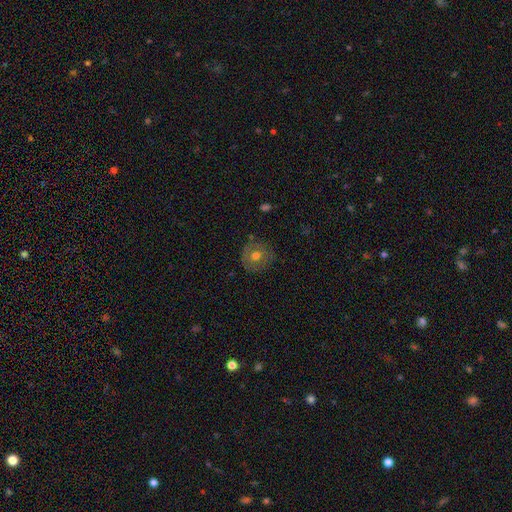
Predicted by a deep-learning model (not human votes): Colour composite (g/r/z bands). It shows a smooth galaxy with no disk features (61%) that is round (89%). Merging: none (79%).